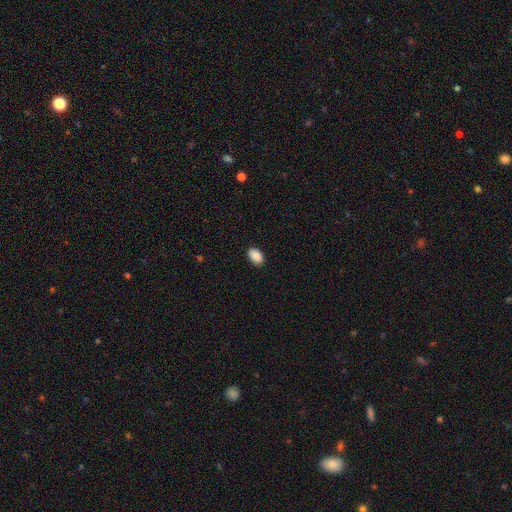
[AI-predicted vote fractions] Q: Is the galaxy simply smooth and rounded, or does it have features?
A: smooth — 90%.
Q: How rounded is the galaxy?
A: in between — 91%.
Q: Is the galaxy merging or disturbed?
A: none — 89%.